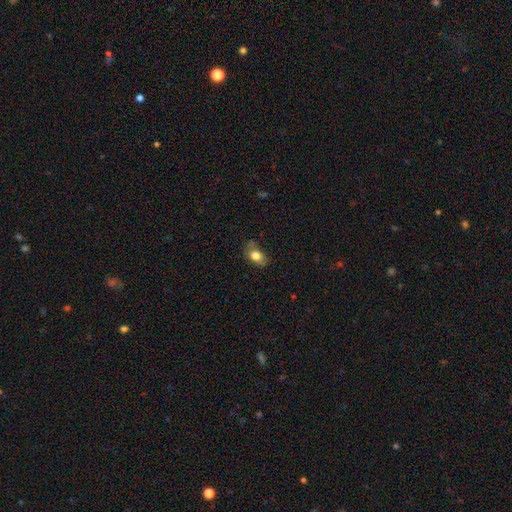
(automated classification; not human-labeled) Overall: smooth (79%). How rounded: in between (79%). Merging: none (63%; minor disturbance 27%).